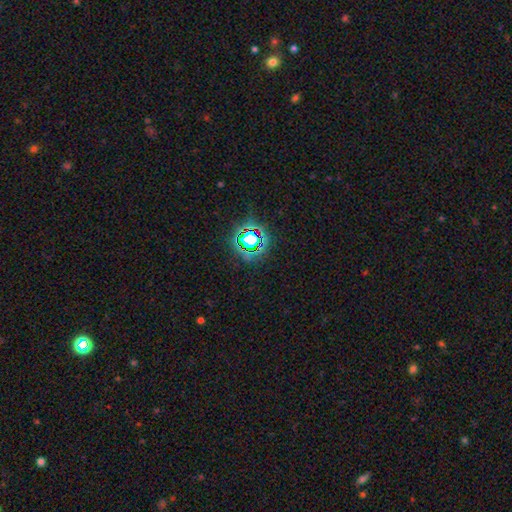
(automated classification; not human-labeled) Morphology: type=star or artifact (76%).